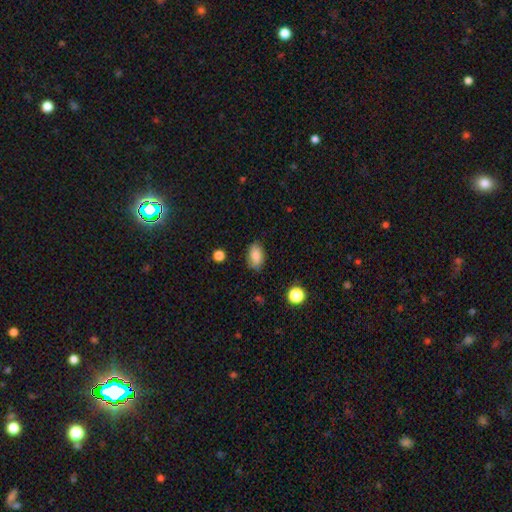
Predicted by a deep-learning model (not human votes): smooth_or_featured: smooth (p=0.82) [alt: featured or disk p=0.09]
how_rounded: in between (p=0.89) [alt: round p=0.09]
merging: none (p=0.78) [alt: minor disturbance p=0.17]